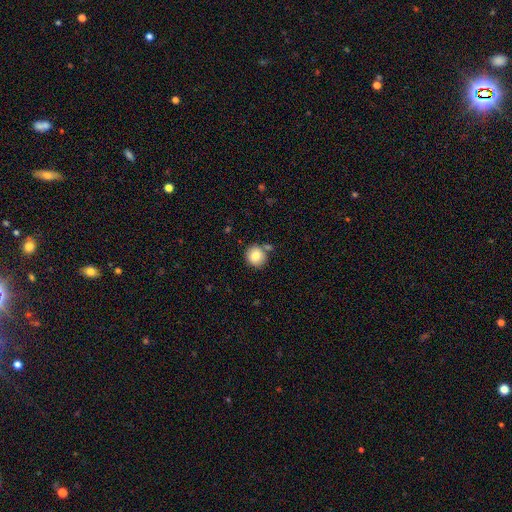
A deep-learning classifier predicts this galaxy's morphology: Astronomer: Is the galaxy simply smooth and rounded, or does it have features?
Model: smooth — 82%.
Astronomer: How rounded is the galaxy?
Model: round — 92%.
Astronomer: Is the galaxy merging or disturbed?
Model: none — 76%.